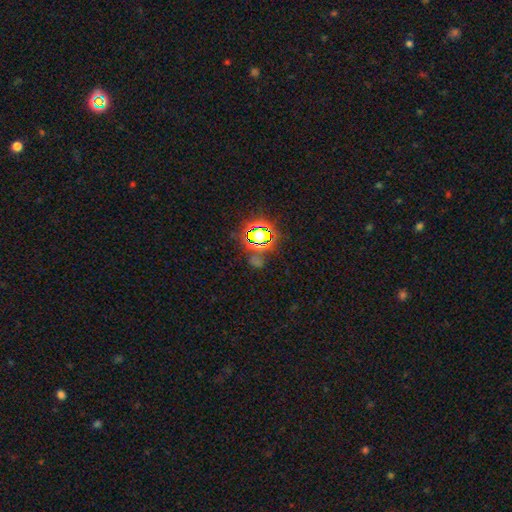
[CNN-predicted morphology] Overall: star or artifact (76%).